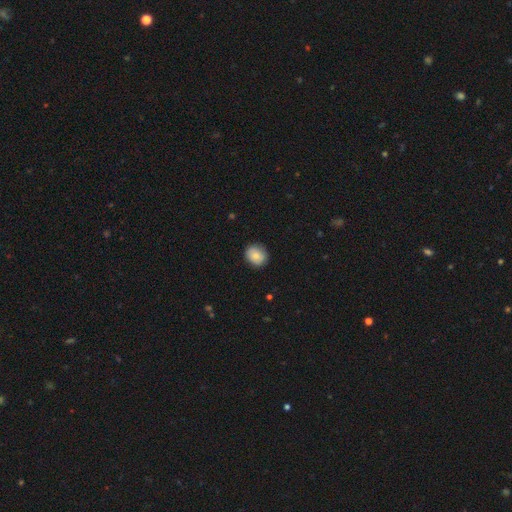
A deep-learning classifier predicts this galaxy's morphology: The model was most divided on "how rounded": round: 73%, in between: 26%, cigar-shaped: 1%. More confident: merging — none (87%); smooth or featured — smooth (81%).